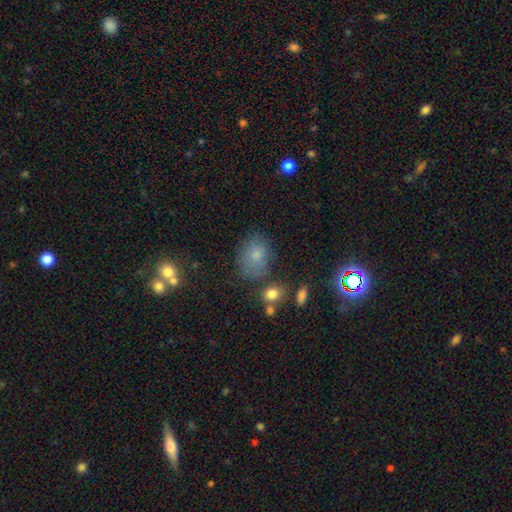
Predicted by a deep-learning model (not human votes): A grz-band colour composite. It shows a smooth galaxy with no disk features (70%) that is in between round and cigar-shaped (68%). Merging: none (65%).